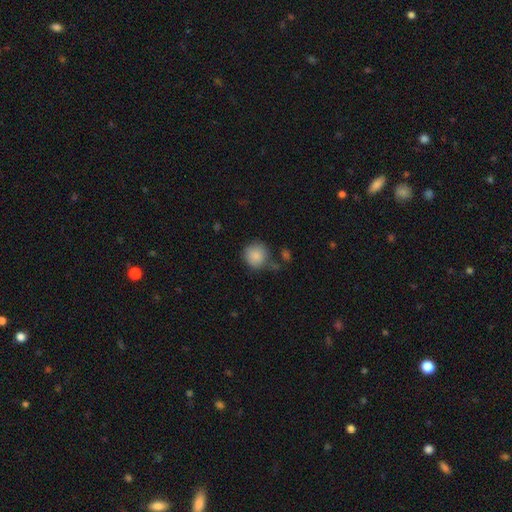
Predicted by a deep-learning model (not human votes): Overall: smooth (87%). How rounded: round (89%). Merging: none (65%).